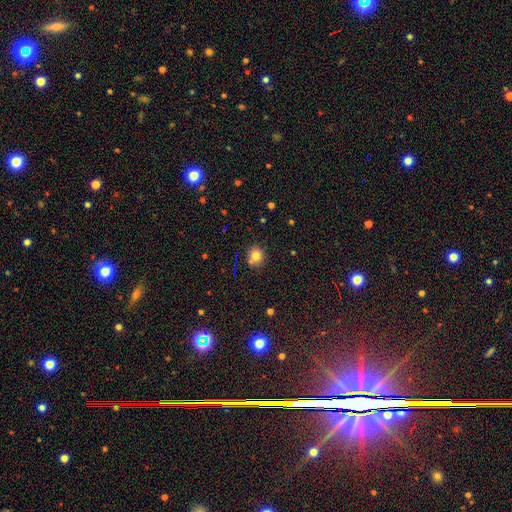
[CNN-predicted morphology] This appears to be a smooth galaxy with no disk features (78%) that is round (86%). Merging: none (77%).